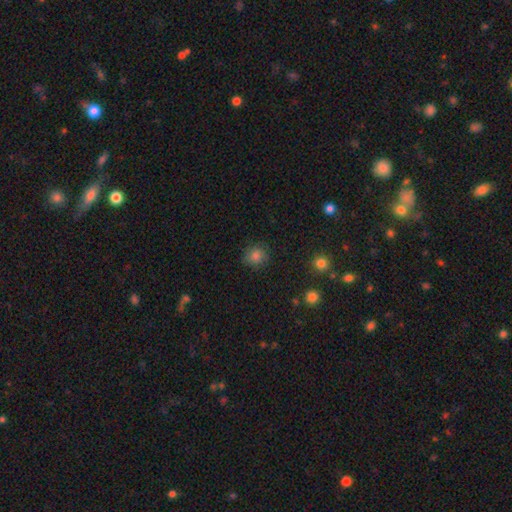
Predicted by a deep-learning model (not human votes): smooth 82%, star or artifact 12%, featured or disk 6%. Down the decision tree: how rounded — round (81%); merging — none (82%).